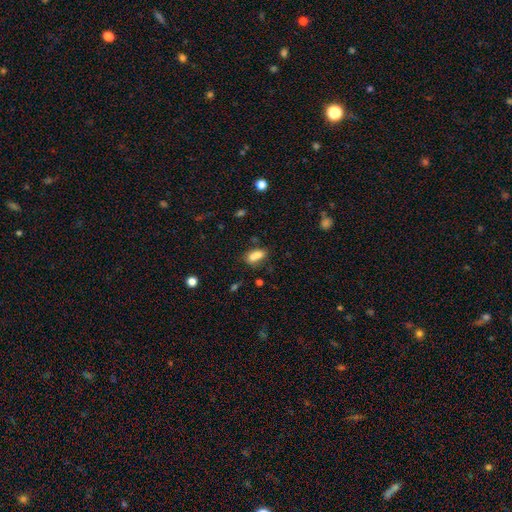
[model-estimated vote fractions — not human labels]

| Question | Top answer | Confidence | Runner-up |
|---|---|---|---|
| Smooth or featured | smooth | 72% | featured or disk (16%) |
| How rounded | in between | 74% | round (21%) |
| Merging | merger | 53% | none (31%) |